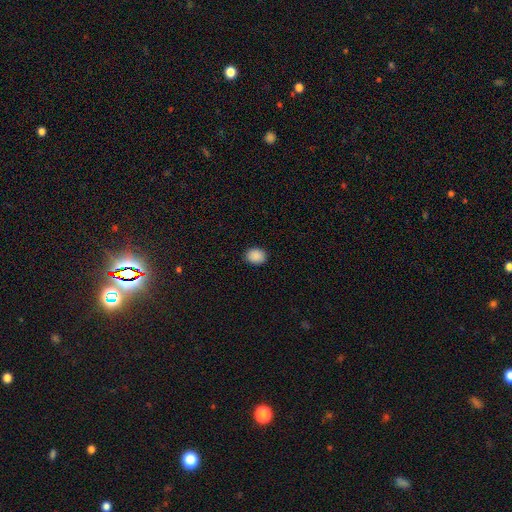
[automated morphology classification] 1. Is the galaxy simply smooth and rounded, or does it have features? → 89% smooth, 8% star or artifact, 2% featured or disk.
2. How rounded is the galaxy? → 52% round, 47% in between, 1% cigar-shaped.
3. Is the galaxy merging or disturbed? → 89% none, 8% minor disturbance, 2% major disturbance, 1% merger.